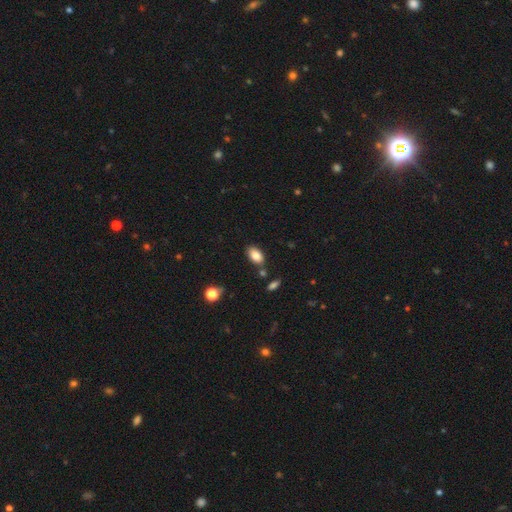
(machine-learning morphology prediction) smooth-or-featured: smooth: 84% | star or artifact: 8% | featured or disk: 8%
  how-rounded: in between: 92% | round: 6% | cigar-shaped: 2%
  merging: none: 80% | minor disturbance: 12% | merger: 6% | major disturbance: 3%